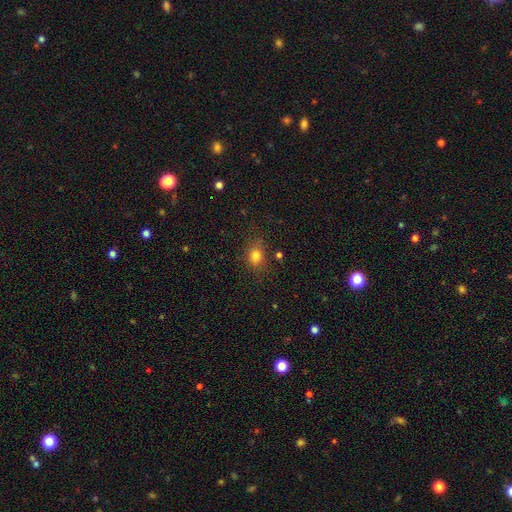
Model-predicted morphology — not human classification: Smooth or featured: smooth — 79% (star or artifact — 13%)
How rounded: in between — 58% (round — 40%)
Merging: none — 73% (minor disturbance — 18%)